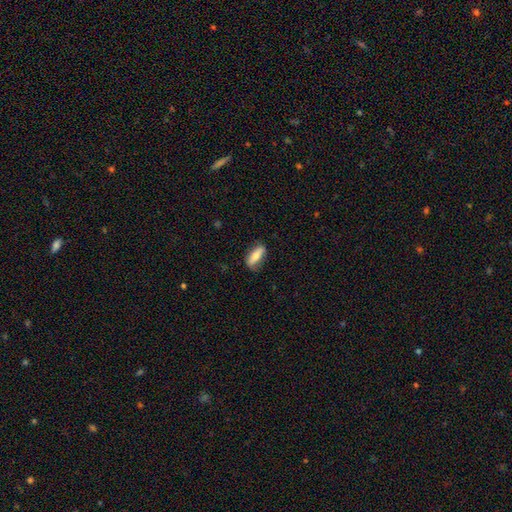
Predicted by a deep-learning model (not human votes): Q: Smooth or featured?
A: smooth (67%); runner-up: featured or disk (27%)
Q: How rounded?
A: in between (62%); runner-up: cigar-shaped (35%)
Q: Merging?
A: none (78%); runner-up: minor disturbance (17%)